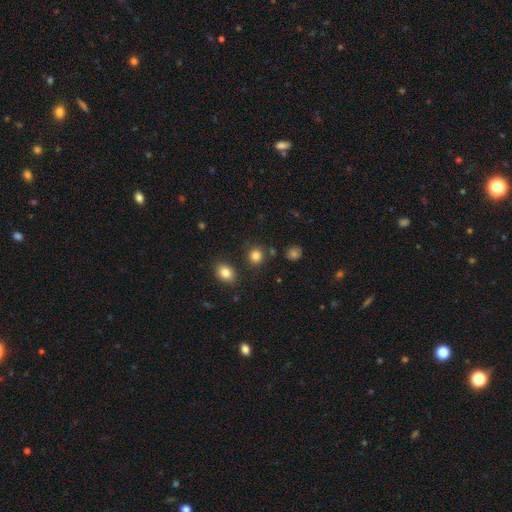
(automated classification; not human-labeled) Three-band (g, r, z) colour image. It shows a smooth galaxy with no disk features (83%) that is round (83%). Merging: none (83%).